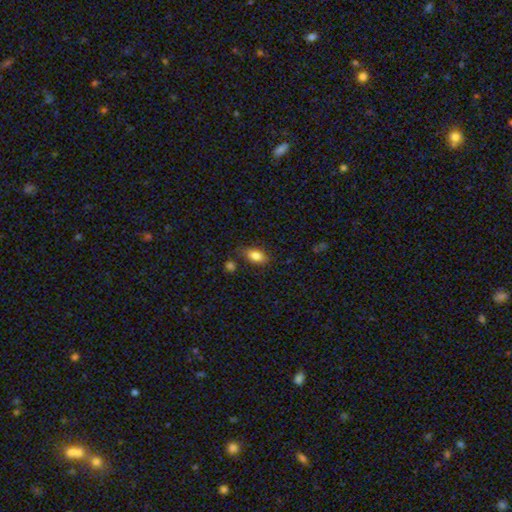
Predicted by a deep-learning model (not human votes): Smooth or featured? Predicted: smooth (p=0.84). How rounded? Predicted: in between (p=0.89). Merging? Predicted: none (p=0.77).